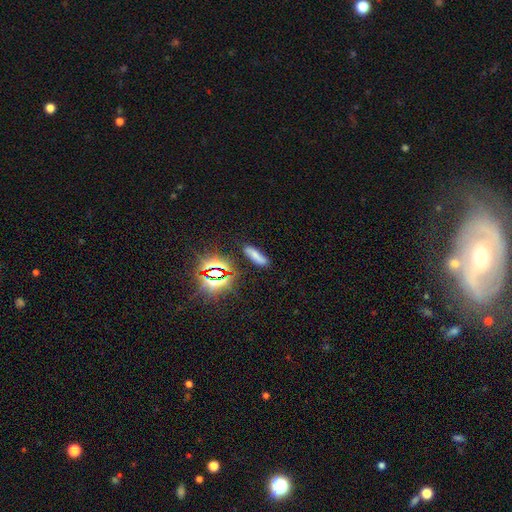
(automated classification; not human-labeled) Smooth or featured: smooth — 60% (star or artifact — 25%)
How rounded: cigar-shaped — 57% (in between — 38%)
Merging: none — 78% (minor disturbance — 14%)